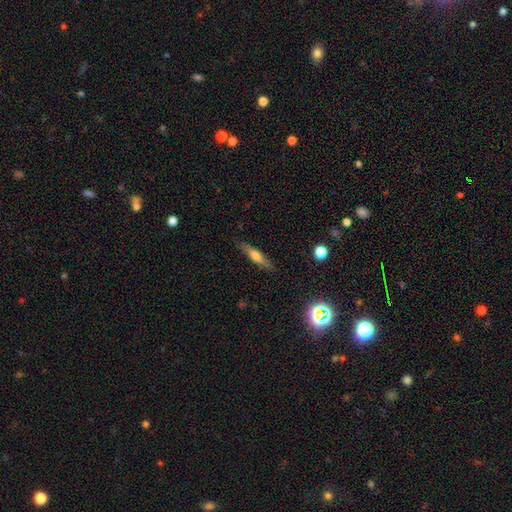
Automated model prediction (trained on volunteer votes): Overall: smooth (52%; featured or disk 41%). How rounded: cigar-shaped (81%). Merging: none (85%).